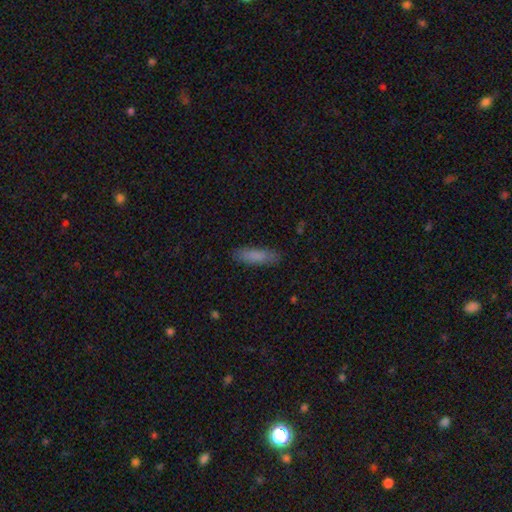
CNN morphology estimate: The model was most divided on "how rounded": cigar-shaped: 62%, in between: 36%, round: 2%. More confident: merging — none (85%); smooth or featured — smooth (84%).